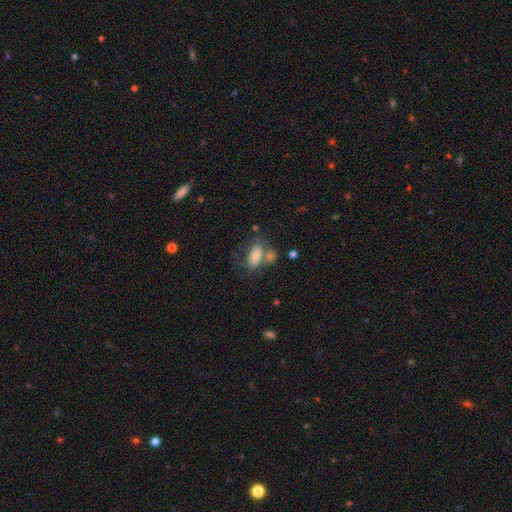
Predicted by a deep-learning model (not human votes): smooth-or-featured: smooth: 71% | featured or disk: 20% | star or artifact: 9%
  how-rounded: in between: 88% | round: 8% | cigar-shaped: 5%
  merging: none: 43% | merger: 31% | minor disturbance: 16% | major disturbance: 9%